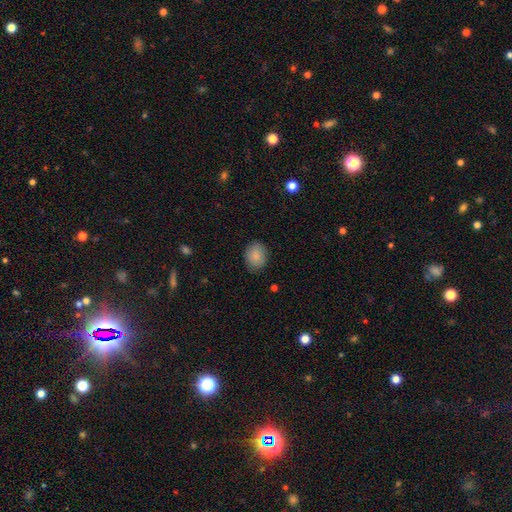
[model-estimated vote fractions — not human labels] The model was most divided on "how rounded": in between: 55%, round: 44%, cigar-shaped: 1%. More confident: smooth or featured — smooth (88%); merging — none (85%).